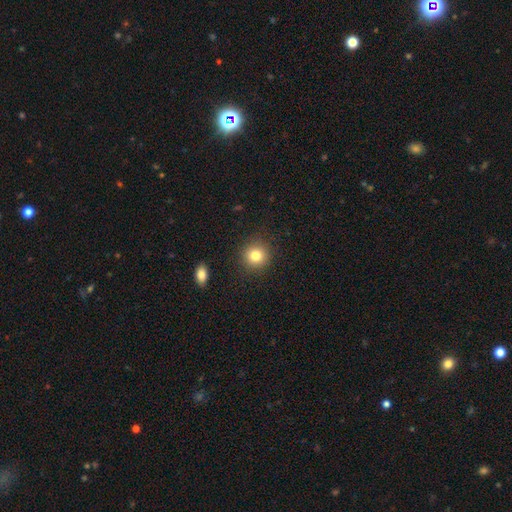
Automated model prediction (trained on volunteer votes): This appears to be a smooth galaxy with no disk features (82%) that is round (91%). Merging: none (90%).